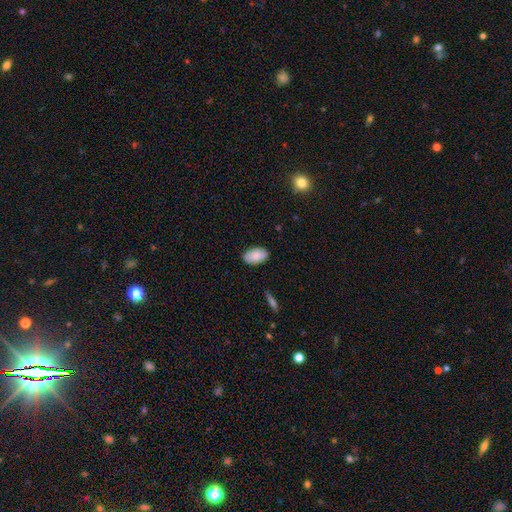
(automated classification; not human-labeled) Smooth or featured: smooth — 85% (featured or disk — 9%)
How rounded: in between — 94% (round — 4%)
Merging: none — 86% (minor disturbance — 11%)